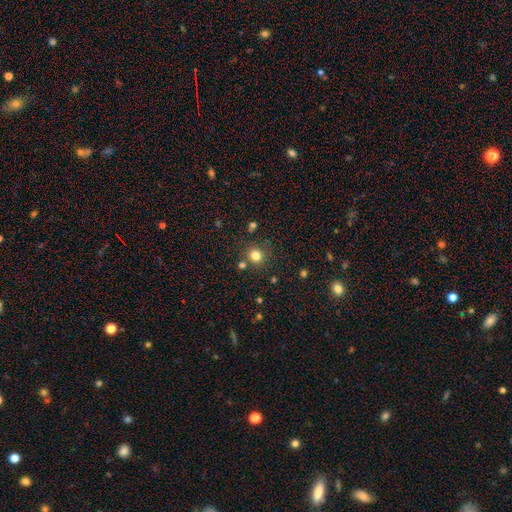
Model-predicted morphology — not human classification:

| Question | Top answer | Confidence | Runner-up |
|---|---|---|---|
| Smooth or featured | smooth | 79% | star or artifact (15%) |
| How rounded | round | 90% | in between (9%) |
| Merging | none | 79% | minor disturbance (10%) |